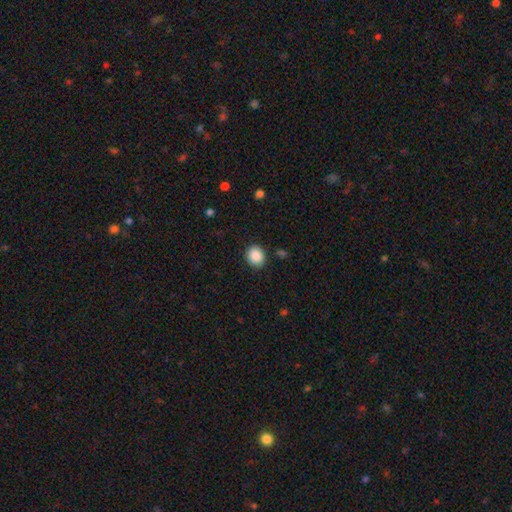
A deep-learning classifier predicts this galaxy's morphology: type=smooth (89%); roundness=round (73%); merging=none (87%).